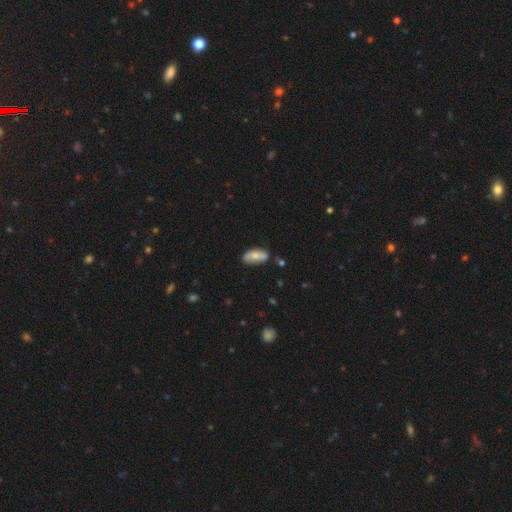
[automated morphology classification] Smooth or featured: smooth — 68% (featured or disk — 25%)
How rounded: in between — 87% (cigar-shaped — 10%)
Merging: none — 69% (minor disturbance — 23%)